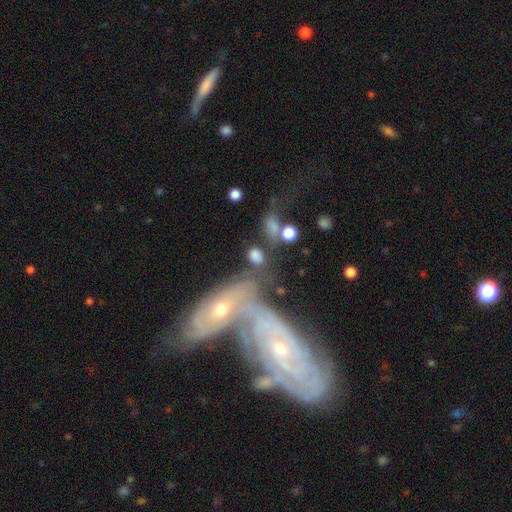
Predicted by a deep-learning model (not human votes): smooth_or_featured: smooth (p=0.69) [alt: featured or disk p=0.19]
how_rounded: in between (p=0.69) [alt: round p=0.27]
merging: none (p=0.47) [alt: merger p=0.23]